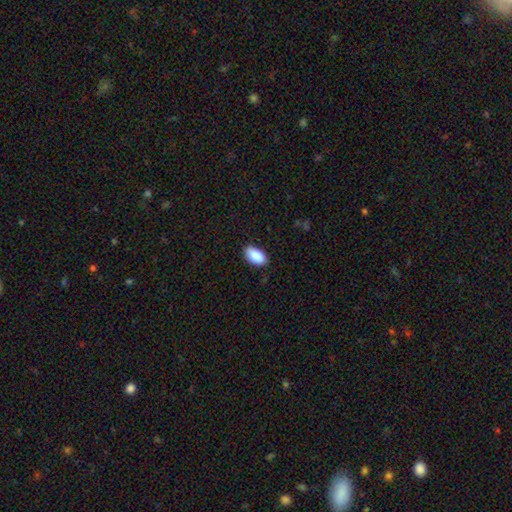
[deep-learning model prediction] This appears to be a smooth galaxy with no disk features (90%) that is in between round and cigar-shaped (95%). Merging: none (87%).